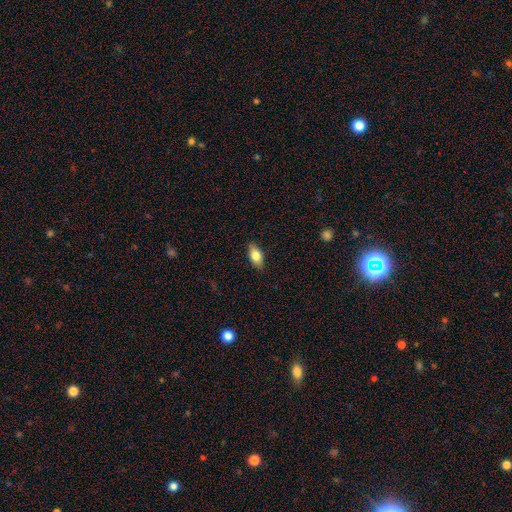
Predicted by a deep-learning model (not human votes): Morphology: type=smooth (77%); roundness=in between (88%); merging=none (86%).